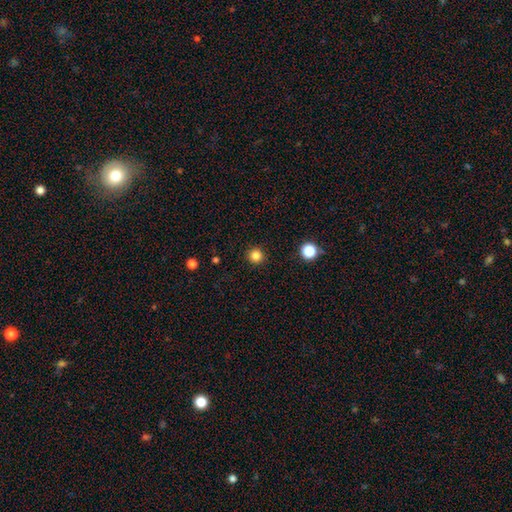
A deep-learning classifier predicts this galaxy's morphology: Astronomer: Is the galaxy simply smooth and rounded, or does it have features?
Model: smooth — 84%.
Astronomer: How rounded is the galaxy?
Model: round — 96%.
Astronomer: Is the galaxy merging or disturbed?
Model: none — 93%.